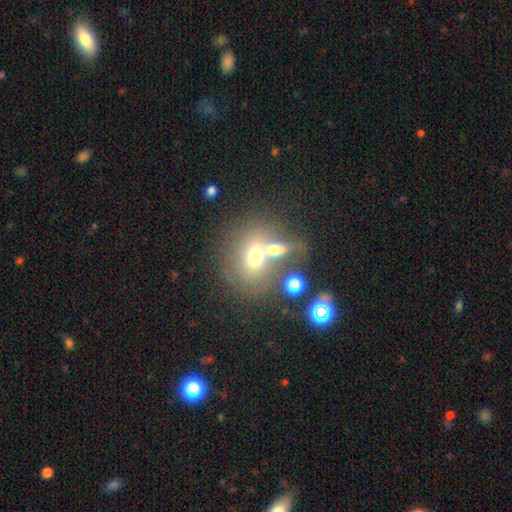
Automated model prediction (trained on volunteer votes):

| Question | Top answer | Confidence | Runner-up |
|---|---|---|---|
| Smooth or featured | smooth | 60% | featured or disk (25%) |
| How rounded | round | 55% | in between (43%) |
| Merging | merger | 51% | none (33%) |